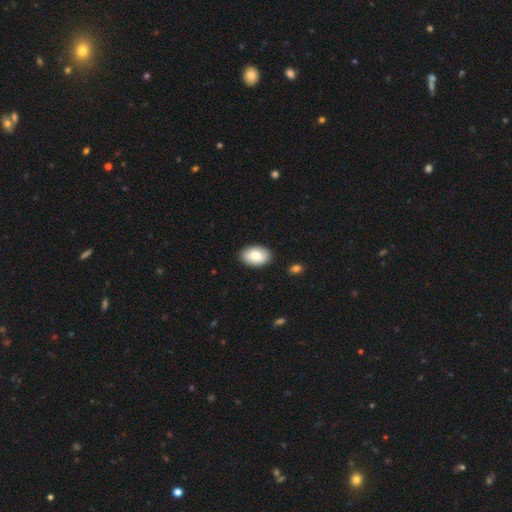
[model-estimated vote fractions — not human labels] smooth-or-featured: smooth: 78% | featured or disk: 16% | star or artifact: 6%
  how-rounded: in between: 88% | round: 11% | cigar-shaped: 1%
  merging: none: 89% | minor disturbance: 8% | major disturbance: 2% | merger: 1%